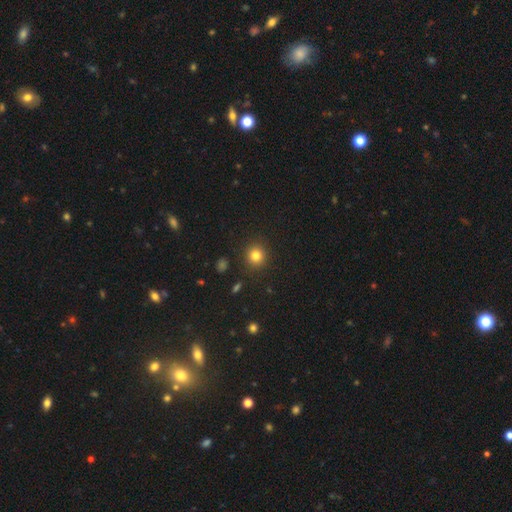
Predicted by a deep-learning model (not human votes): This appears to be a smooth galaxy with no disk features (82%) that is round (89%). Merging: none (90%).